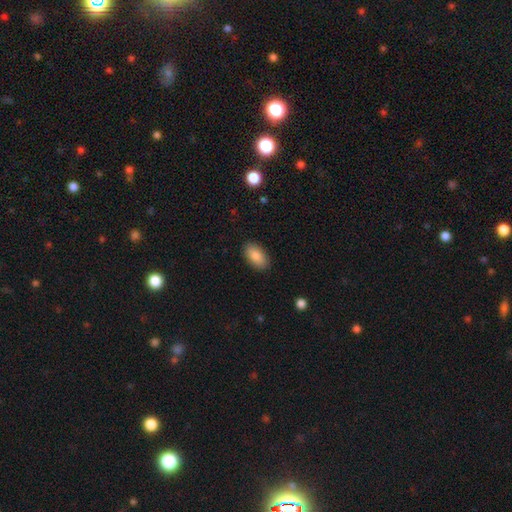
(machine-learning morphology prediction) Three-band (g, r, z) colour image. It shows a smooth galaxy with no disk features (85%) that is in between round and cigar-shaped (94%). Merging: none (88%).